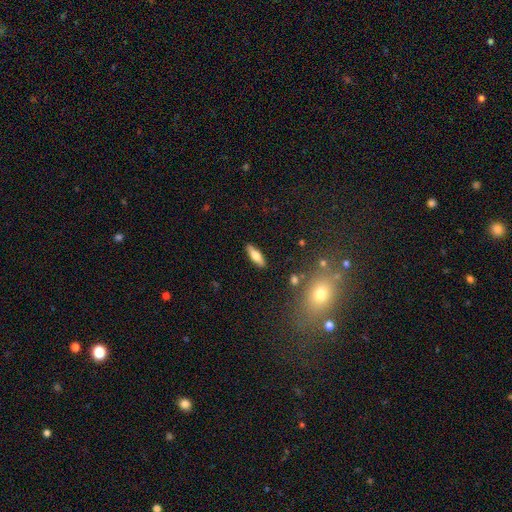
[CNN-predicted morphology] type=smooth (62%); roundness=cigar-shaped (51%); merging=none (88%).